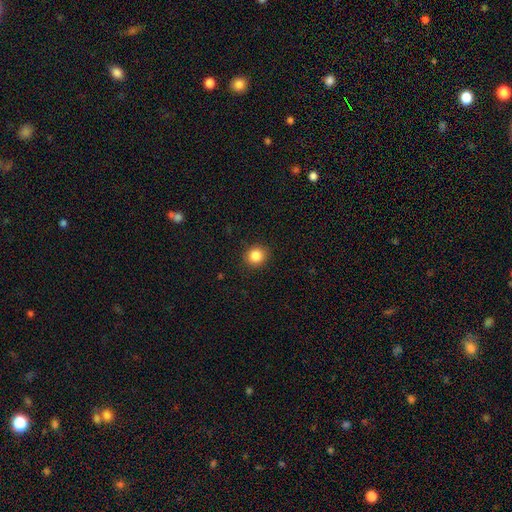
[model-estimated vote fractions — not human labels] A smooth galaxy with no disk features (85%) that is round (85%). Merging: none (90%).